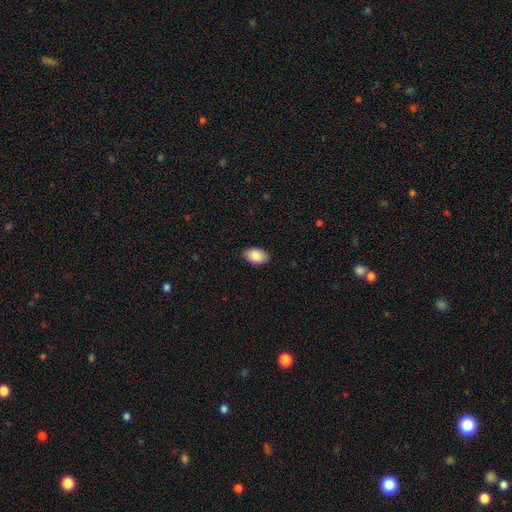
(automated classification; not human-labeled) Smooth or featured? Predicted: smooth (p=0.89). How rounded? Predicted: in between (p=0.93). Merging? Predicted: none (p=0.88).